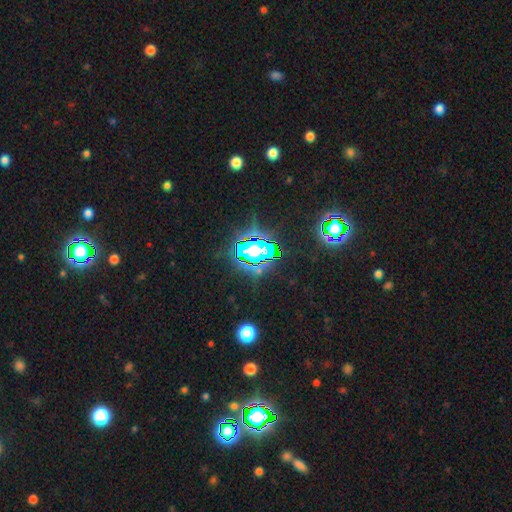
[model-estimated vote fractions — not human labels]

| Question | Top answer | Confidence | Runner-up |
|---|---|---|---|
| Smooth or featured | star or artifact | 71% | smooth (18%) |